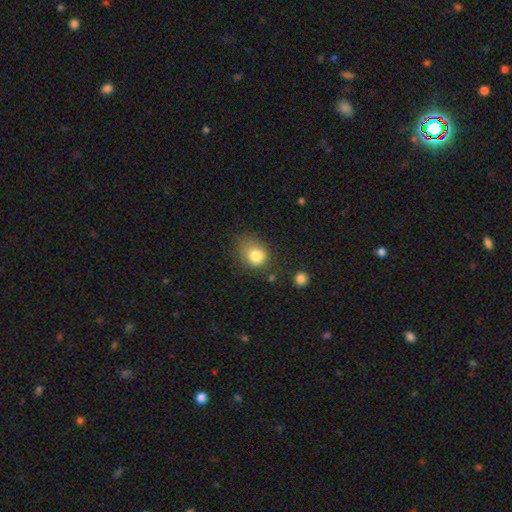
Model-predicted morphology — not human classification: smooth-or-featured: smooth: 80% | star or artifact: 11% | featured or disk: 9%
  how-rounded: round: 61% | in between: 38% | cigar-shaped: 1%
  merging: none: 47% | minor disturbance: 31% | major disturbance: 16% | merger: 5%